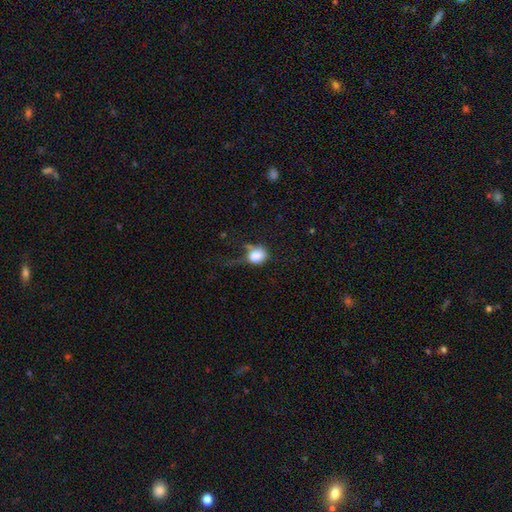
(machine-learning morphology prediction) A smooth galaxy with no disk features (79%) that is round (64%).

Vote fractions:
- Smooth or featured? smooth: 79% / featured or disk: 12% / star or artifact: 9%
- How rounded? round: 64% / in between: 35% / cigar-shaped: 1%
- Merging? none: 35% / minor disturbance: 29% / major disturbance: 28% / merger: 7%